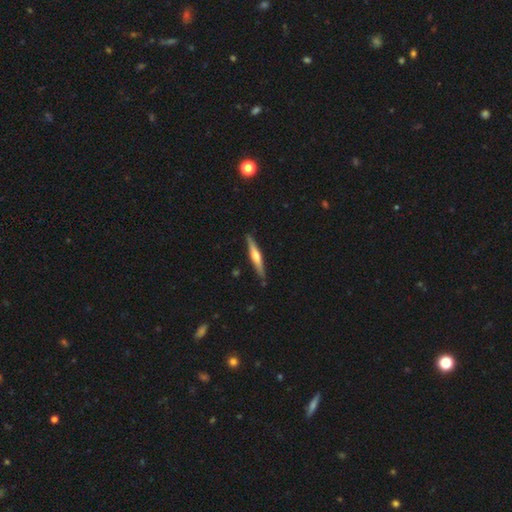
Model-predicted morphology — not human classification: Q: Smooth or featured?
A: featured or disk (57%); runner-up: smooth (38%)
Q: Edge-on disk?
A: yes (97%); runner-up: no (3%)
Q: Edge-on bulge?
A: rounded (82%); runner-up: none (10%)
Q: Merging?
A: none (87%); runner-up: minor disturbance (10%)